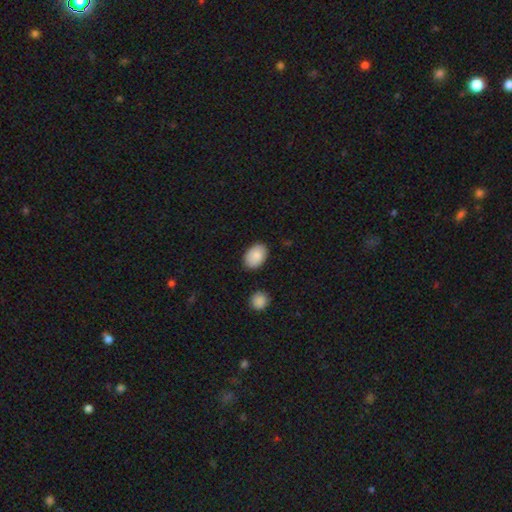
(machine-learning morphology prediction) The model was most divided on "how rounded": in between: 85%, round: 14%, cigar-shaped: 1%. More confident: smooth or featured — smooth (89%); merging — none (85%).